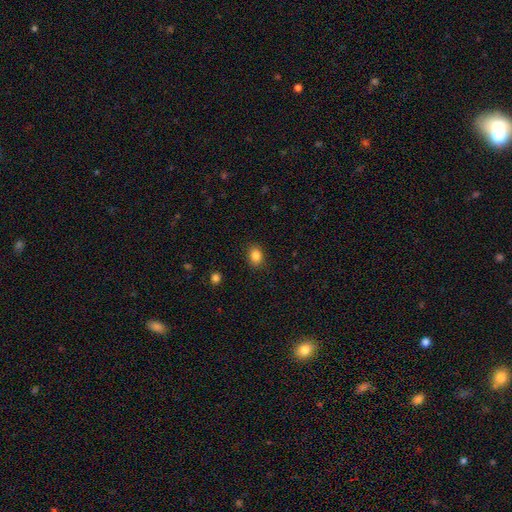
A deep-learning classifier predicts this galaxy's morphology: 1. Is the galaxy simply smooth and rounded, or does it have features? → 86% smooth, 10% star or artifact, 4% featured or disk.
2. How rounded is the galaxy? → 59% in between, 40% round, 1% cigar-shaped.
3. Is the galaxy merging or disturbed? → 87% none, 9% minor disturbance, 2% major disturbance, 1% merger.